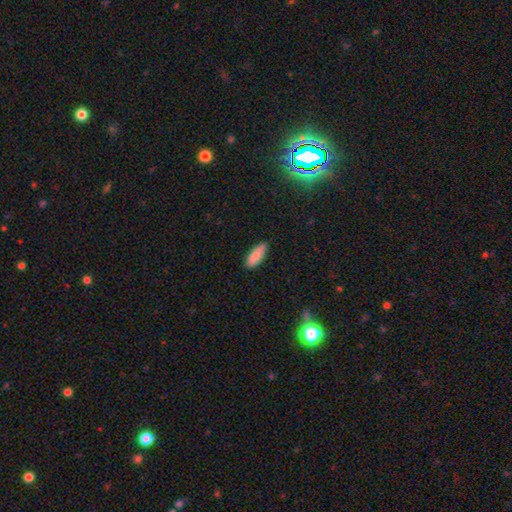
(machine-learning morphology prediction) This appears to be a smooth galaxy with no disk features (87%) that is in between round and cigar-shaped (72%). Merging: none (80%).